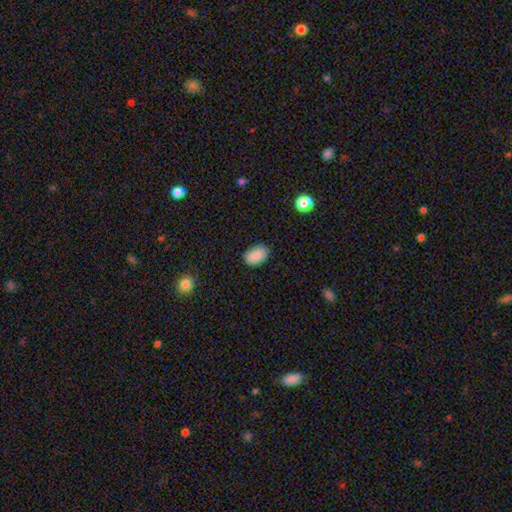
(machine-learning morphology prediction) This appears to be a smooth galaxy with no disk features (89%) that is in between round and cigar-shaped (90%). Merging: none (82%).